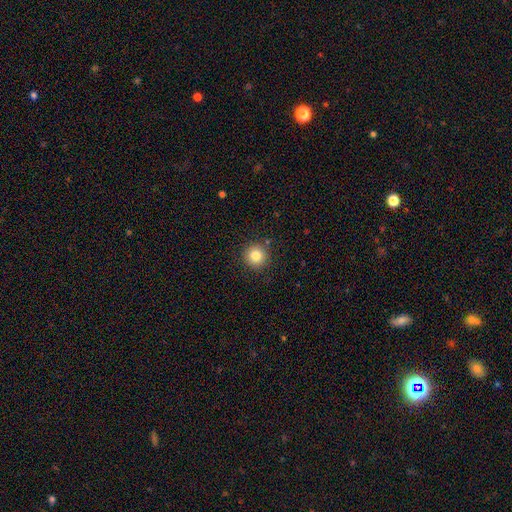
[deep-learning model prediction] smooth 82%, star or artifact 11%, featured or disk 7%. Down the decision tree: how rounded — round (94%); merging — none (89%).